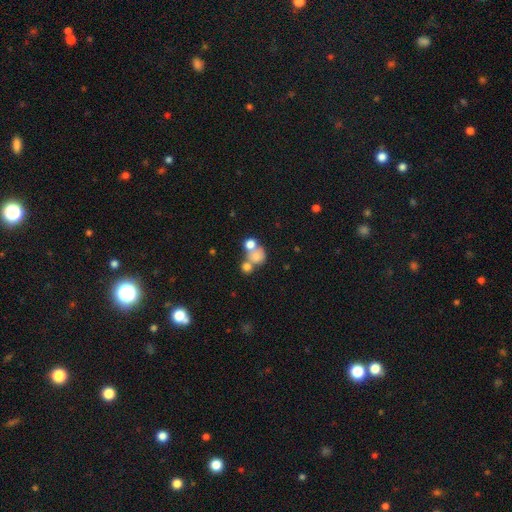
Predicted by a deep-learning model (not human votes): Smooth or featured? Predicted: smooth (p=0.68). How rounded? Predicted: round (p=0.73). Merging? Predicted: merger (p=0.53).